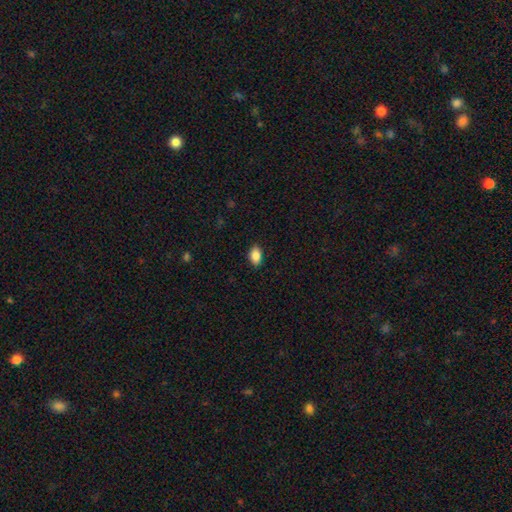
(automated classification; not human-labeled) Smooth or featured? Predicted: smooth (p=0.89). How rounded? Predicted: in between (p=0.89). Merging? Predicted: none (p=0.87).